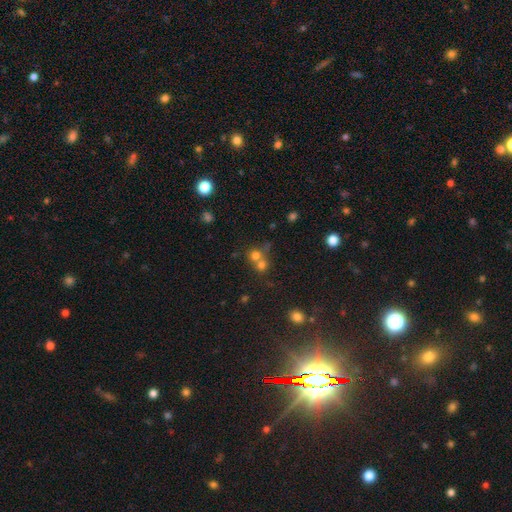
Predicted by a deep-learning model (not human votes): smooth-or-featured: smooth: 68% | star or artifact: 19% | featured or disk: 13%
  how-rounded: round: 85% | in between: 14% | cigar-shaped: 1%
  merging: merger: 54% | none: 38% | minor disturbance: 5% | major disturbance: 3%